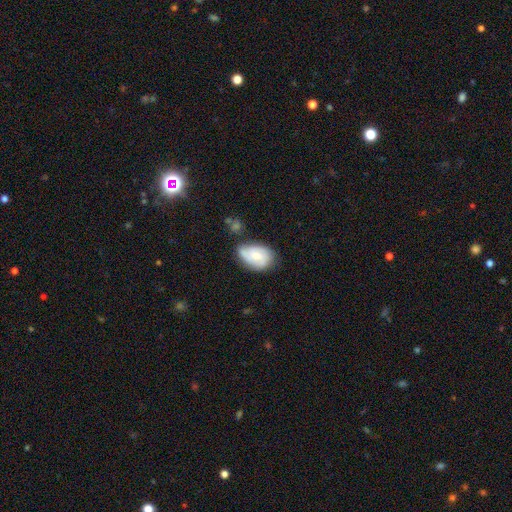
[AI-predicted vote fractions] smooth-or-featured: smooth: 49% | featured or disk: 44% | star or artifact: 7%
  merging: none: 43% | minor disturbance: 34% | major disturbance: 12% | merger: 11%